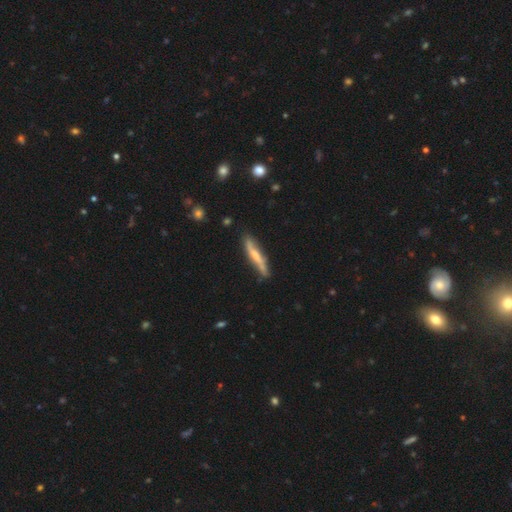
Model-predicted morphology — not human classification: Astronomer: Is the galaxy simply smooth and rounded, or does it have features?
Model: featured or disk — 50% (runner-up: smooth, 44%).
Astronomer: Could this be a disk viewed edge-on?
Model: yes — 75%.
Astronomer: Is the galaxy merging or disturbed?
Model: none — 72%.